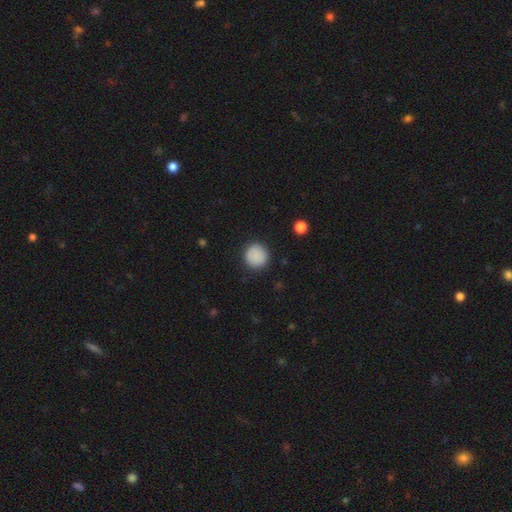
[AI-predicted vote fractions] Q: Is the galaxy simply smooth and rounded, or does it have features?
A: smooth — 87%.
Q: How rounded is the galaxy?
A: round — 94%.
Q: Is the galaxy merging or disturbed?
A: none — 89%.